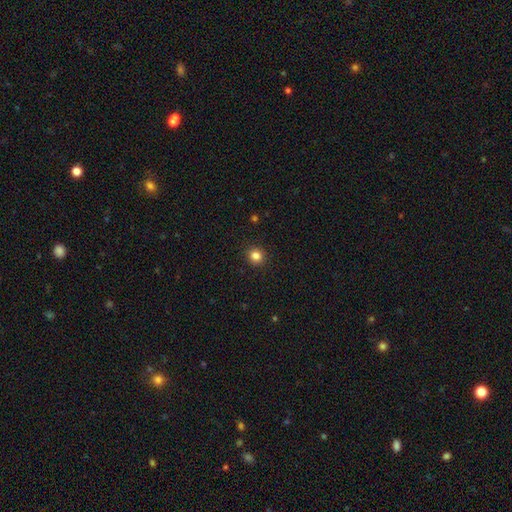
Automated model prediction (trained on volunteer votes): smooth-or-featured: smooth: 84% | star or artifact: 12% | featured or disk: 4%
  how-rounded: round: 91% | in between: 8% | cigar-shaped: 1%
  merging: none: 92% | minor disturbance: 5% | major disturbance: 2% | merger: 1%